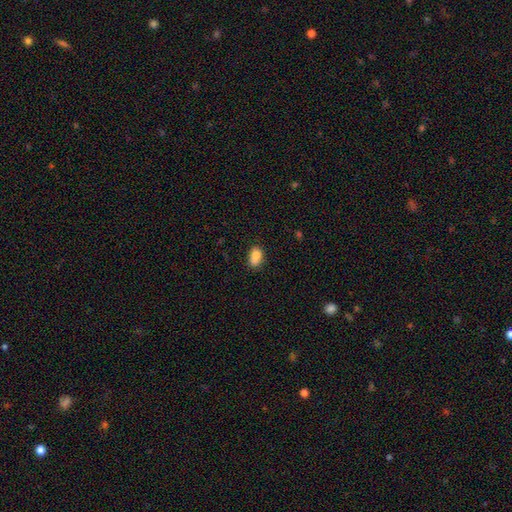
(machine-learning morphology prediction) type=smooth (82%); roundness=in between (83%); merging=none (60%).